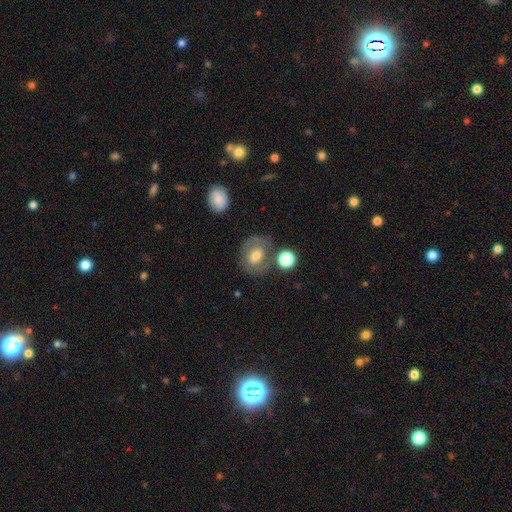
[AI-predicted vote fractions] A smooth galaxy with no disk features (59%) that is in between round and cigar-shaped (54%).

Vote fractions:
- Smooth or featured? smooth: 59% / featured or disk: 32% / star or artifact: 10%
- How rounded? in between: 54% / round: 45% / cigar-shaped: 1%
- Merging? none: 57% / minor disturbance: 19% / merger: 13% / major disturbance: 11%